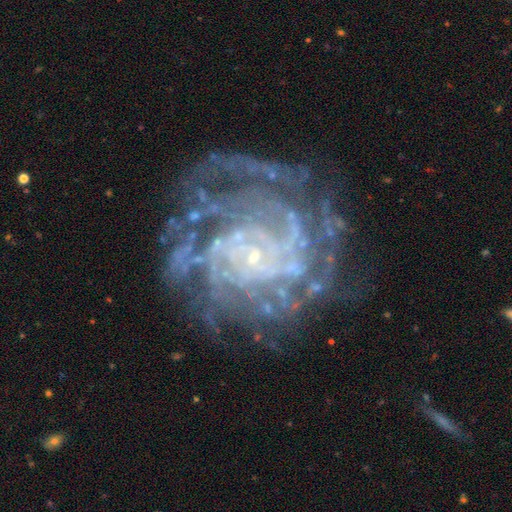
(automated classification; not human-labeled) featured or disk 87%, star or artifact 7%, smooth 5%. Down the decision tree: edge-on disk — no (98%); bar — no (71%); spiral arms — yes (95%); spiral arm count — can't tell (27%); spiral winding — tight (71%); bulge size — small (85%); merging — none (67%).